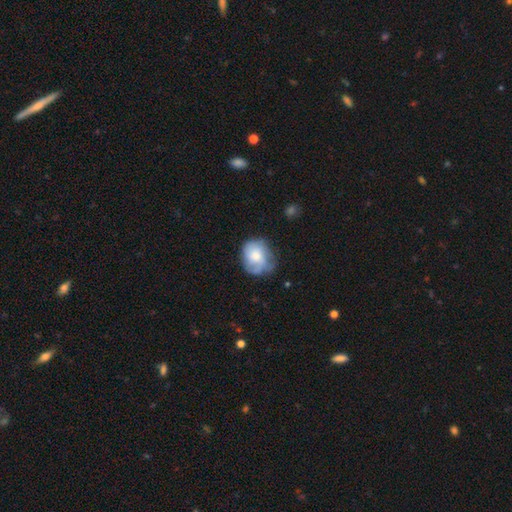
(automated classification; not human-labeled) smooth-or-featured: smooth: 61% | featured or disk: 32% | star or artifact: 7%
  how-rounded: round: 61% | in between: 38% | cigar-shaped: 1%
  merging: none: 54% | minor disturbance: 31% | major disturbance: 13% | merger: 2%